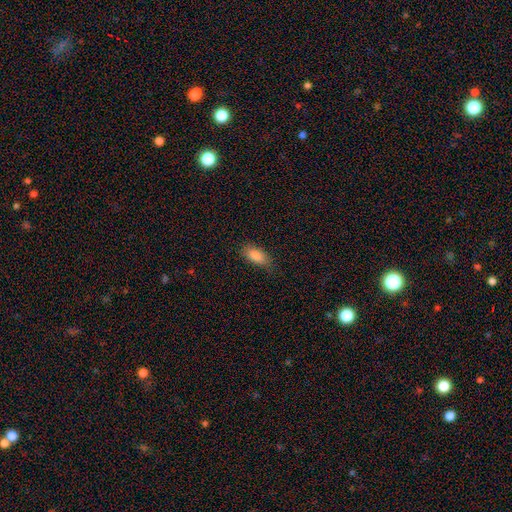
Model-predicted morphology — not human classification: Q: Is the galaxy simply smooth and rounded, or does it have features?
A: smooth — 85%.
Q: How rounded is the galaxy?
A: in between — 87%.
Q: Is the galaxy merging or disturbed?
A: none — 72%.